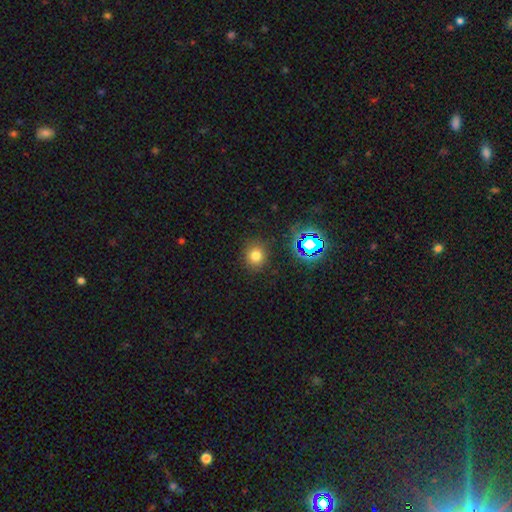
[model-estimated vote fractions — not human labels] A smooth galaxy with no disk features (72%) that is round (83%). Merging: none (87%).